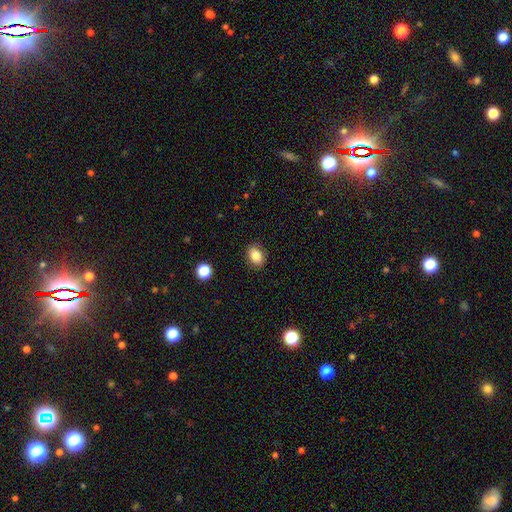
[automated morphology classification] The model was most divided on "how rounded": in between: 71%, round: 28%, cigar-shaped: 1%. More confident: merging — none (86%); smooth or featured — smooth (85%).